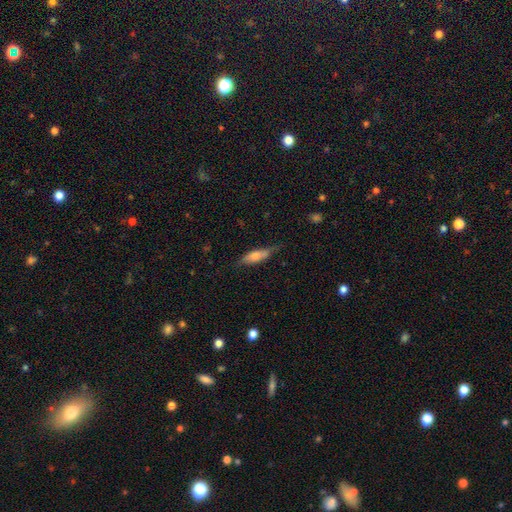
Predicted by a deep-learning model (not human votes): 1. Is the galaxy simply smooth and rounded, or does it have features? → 67% smooth, 27% featured or disk, 6% star or artifact.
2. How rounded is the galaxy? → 51% cigar-shaped, 47% in between, 2% round.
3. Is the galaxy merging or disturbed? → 60% none, 30% minor disturbance, 8% major disturbance, 2% merger.